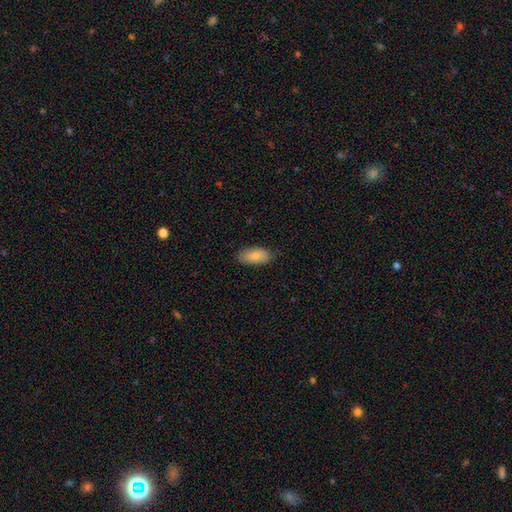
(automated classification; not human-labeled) A smooth galaxy with no disk features (85%) that is in between round and cigar-shaped (92%).

Vote fractions:
- Smooth or featured? smooth: 85% / featured or disk: 9% / star or artifact: 6%
- How rounded? in between: 92% / cigar-shaped: 6% / round: 2%
- Merging? none: 81% / minor disturbance: 15% / major disturbance: 3% / merger: 1%